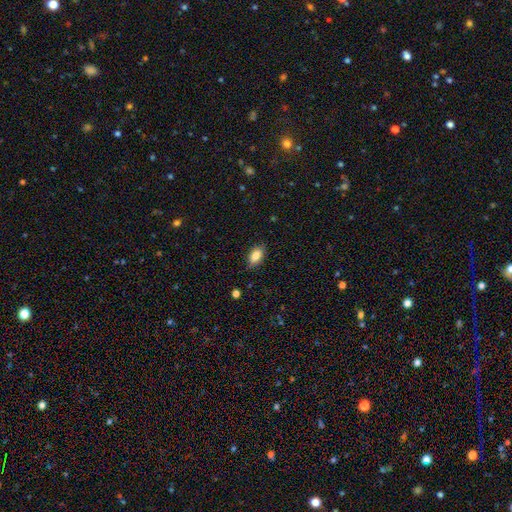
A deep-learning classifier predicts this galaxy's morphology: Smooth or featured: smooth — 85% (star or artifact — 8%)
How rounded: in between — 90% (round — 6%)
Merging: none — 84% (minor disturbance — 13%)